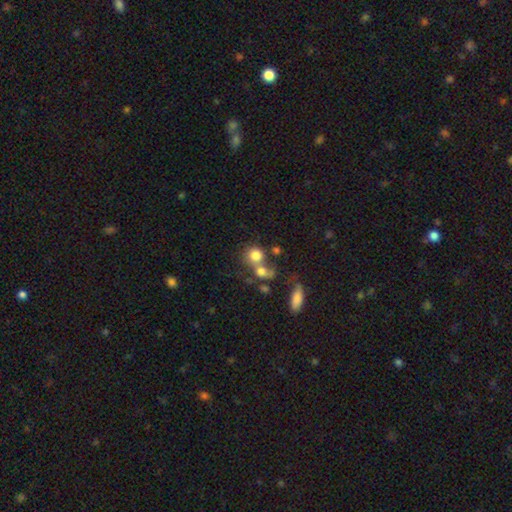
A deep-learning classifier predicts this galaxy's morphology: Smooth or featured? smooth (77%)
How rounded? round (78%)
Merging? merger (47%)